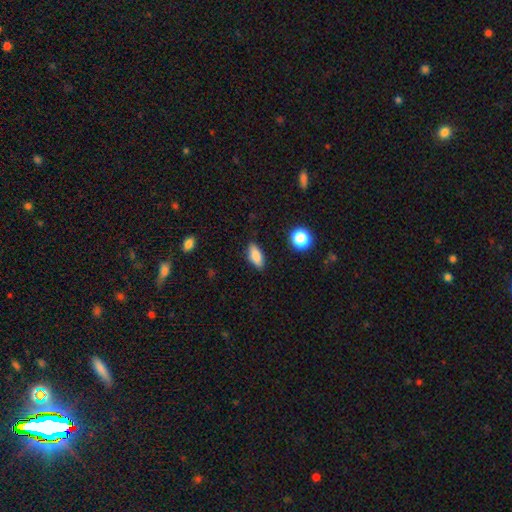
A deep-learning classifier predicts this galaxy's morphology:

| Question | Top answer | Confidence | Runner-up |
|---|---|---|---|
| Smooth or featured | smooth | 84% | featured or disk (8%) |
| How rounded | in between | 75% | cigar-shaped (21%) |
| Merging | none | 85% | minor disturbance (11%) |